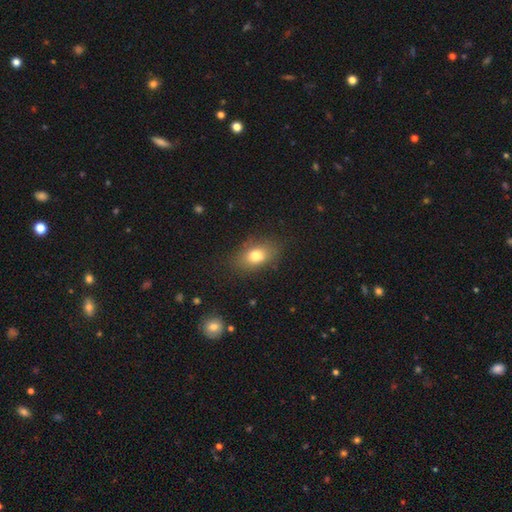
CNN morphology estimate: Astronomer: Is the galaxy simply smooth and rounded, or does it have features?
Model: smooth — 77%.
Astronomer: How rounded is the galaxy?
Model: in between — 80%.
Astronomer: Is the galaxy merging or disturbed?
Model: none — 80%.